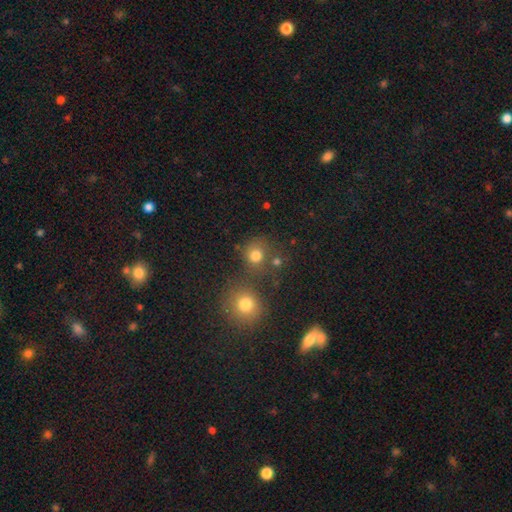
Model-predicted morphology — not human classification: Smooth or featured: smooth — 76% (star or artifact — 17%)
How rounded: round — 86% (in between — 13%)
Merging: none — 62% (merger — 24%)